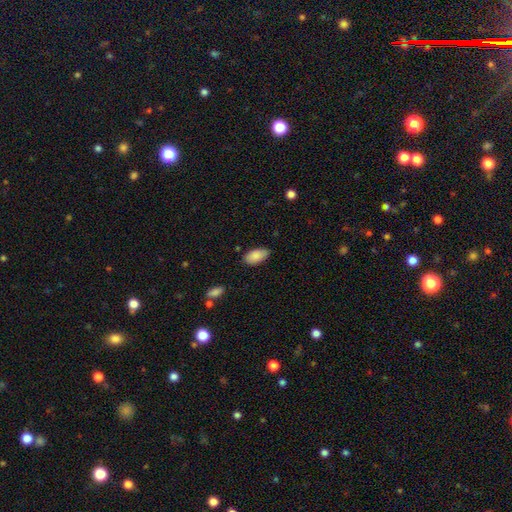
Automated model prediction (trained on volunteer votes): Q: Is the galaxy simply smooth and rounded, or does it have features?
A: smooth — 86%.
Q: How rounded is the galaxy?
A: in between — 94%.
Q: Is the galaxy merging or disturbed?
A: none — 76%.